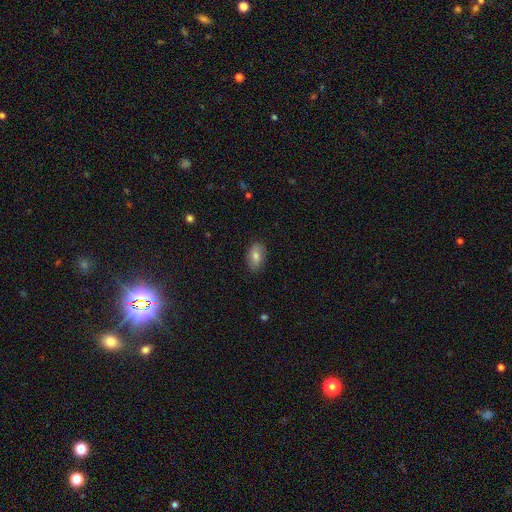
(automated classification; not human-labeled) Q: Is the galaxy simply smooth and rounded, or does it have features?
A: smooth — 73%.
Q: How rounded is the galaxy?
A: in between — 90%.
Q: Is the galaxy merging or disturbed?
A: none — 85%.